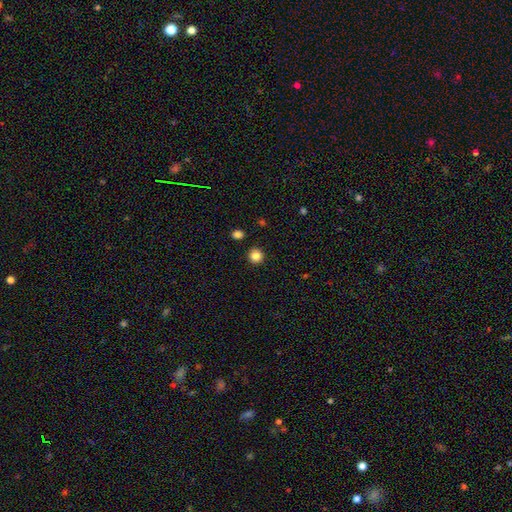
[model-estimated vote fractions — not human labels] A smooth galaxy with no disk features (85%) that is round (94%).

Vote fractions:
- Smooth or featured? smooth: 85% / star or artifact: 11% / featured or disk: 4%
- How rounded? round: 94% / in between: 5% / cigar-shaped: 1%
- Merging? none: 92% / minor disturbance: 5% / merger: 2% / major disturbance: 2%